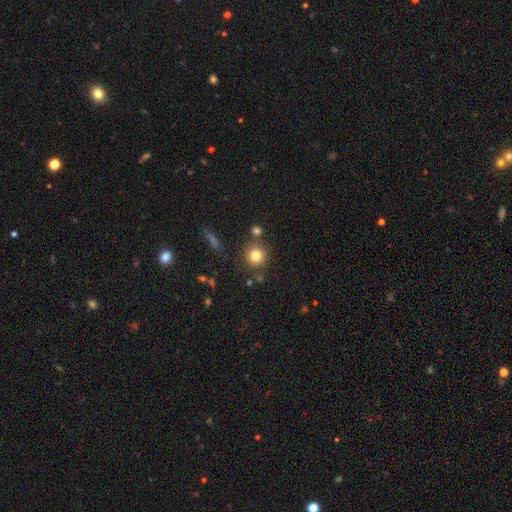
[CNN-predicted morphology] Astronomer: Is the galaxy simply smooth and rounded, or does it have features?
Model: smooth — 79%.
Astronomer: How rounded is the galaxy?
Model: round — 92%.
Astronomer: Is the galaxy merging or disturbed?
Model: none — 80%.